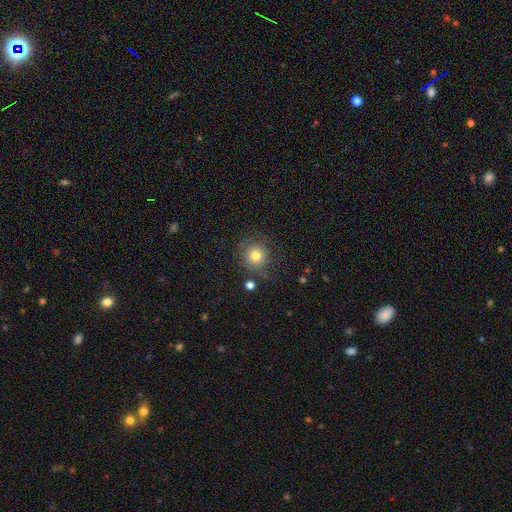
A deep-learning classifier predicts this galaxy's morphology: Smooth or featured: smooth — 78% (star or artifact — 12%)
How rounded: round — 91% (in between — 8%)
Merging: none — 78% (minor disturbance — 13%)